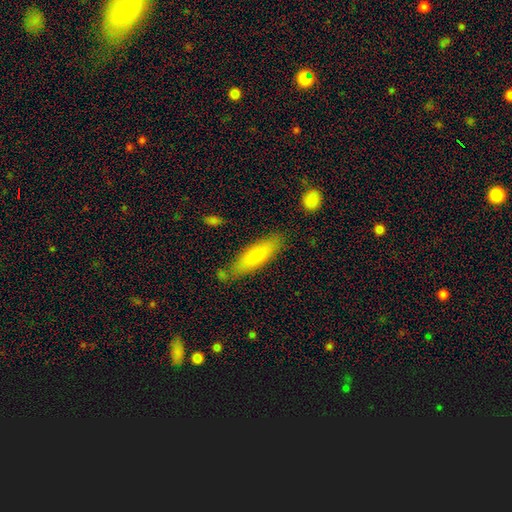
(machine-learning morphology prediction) smooth_or_featured: smooth (p=0.70) [alt: featured or disk p=0.24]
how_rounded: cigar-shaped (p=0.59) [alt: in between p=0.40]
merging: none (p=0.77) [alt: minor disturbance p=0.16]